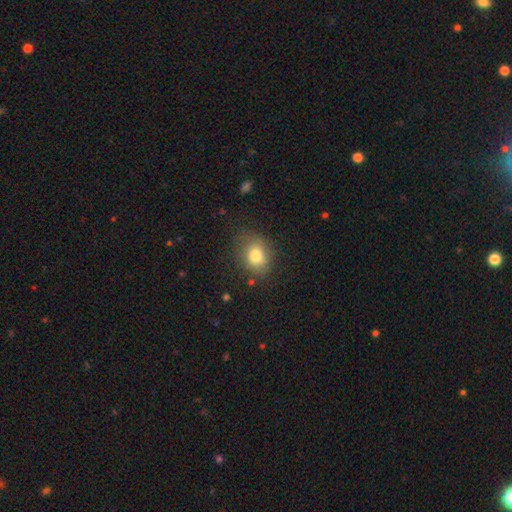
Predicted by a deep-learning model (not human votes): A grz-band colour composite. It shows a smooth galaxy with no disk features (78%) that is round (51%). Merging: none (74%).